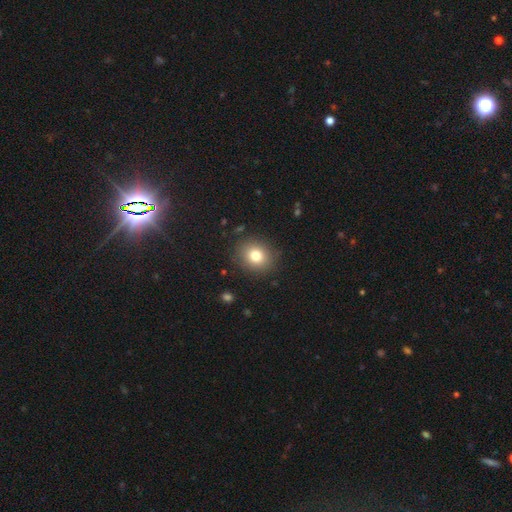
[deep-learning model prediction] smooth-or-featured: smooth: 79% | star or artifact: 11% | featured or disk: 9%
  how-rounded: round: 70% | in between: 29% | cigar-shaped: 1%
  merging: none: 88% | minor disturbance: 8% | major disturbance: 3% | merger: 1%